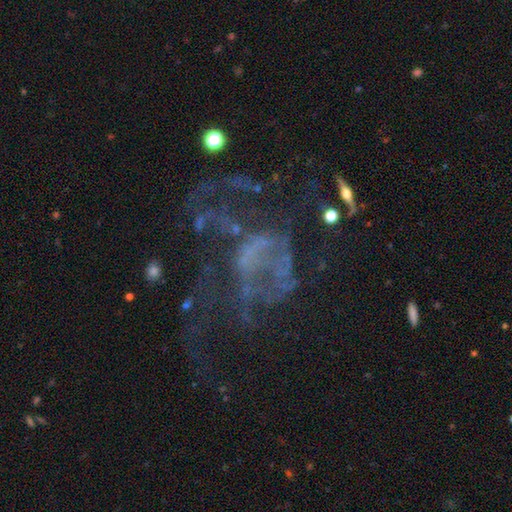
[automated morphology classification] featured or disk 63%, star or artifact 26%, smooth 11%. Down the decision tree: edge-on disk — no (97%); bar — no (75%); spiral arms — no (62%); bulge size — none (74%); merging — major disturbance (49%).